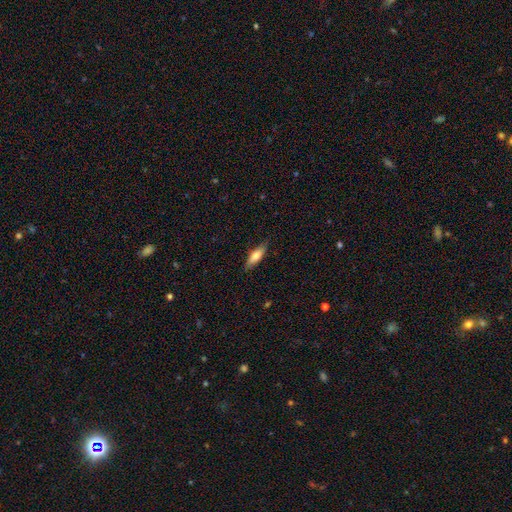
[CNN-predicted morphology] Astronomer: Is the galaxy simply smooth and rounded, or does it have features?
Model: smooth — 69%.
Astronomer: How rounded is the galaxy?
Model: cigar-shaped — 49%, tied with in between at 49%.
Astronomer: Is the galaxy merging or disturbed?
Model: none — 83%.